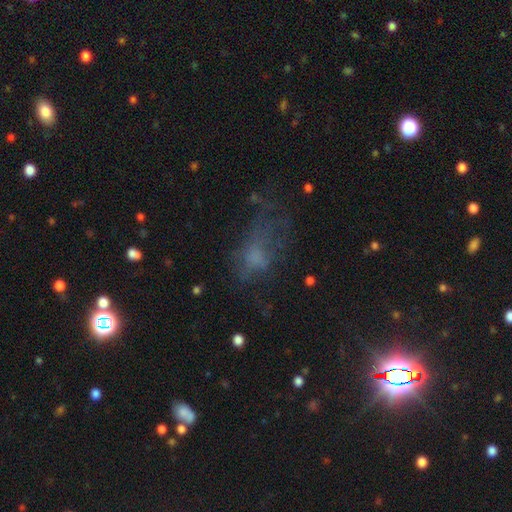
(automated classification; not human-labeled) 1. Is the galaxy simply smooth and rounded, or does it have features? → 48% smooth, 30% featured or disk, 23% star or artifact.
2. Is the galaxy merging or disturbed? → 39% none, 36% major disturbance, 21% minor disturbance, 3% merger.